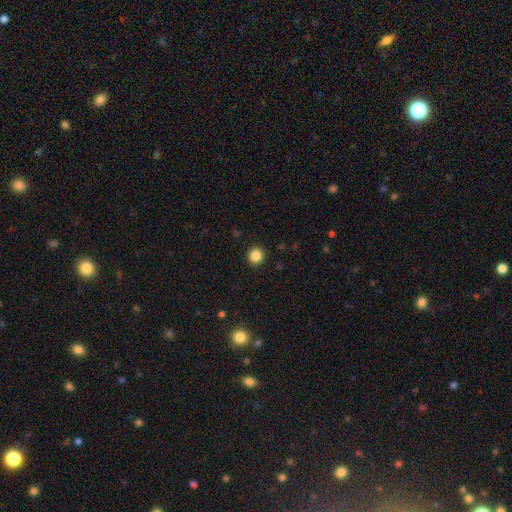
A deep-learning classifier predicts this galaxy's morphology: Overall: smooth (85%). How rounded: round (93%). Merging: none (93%).